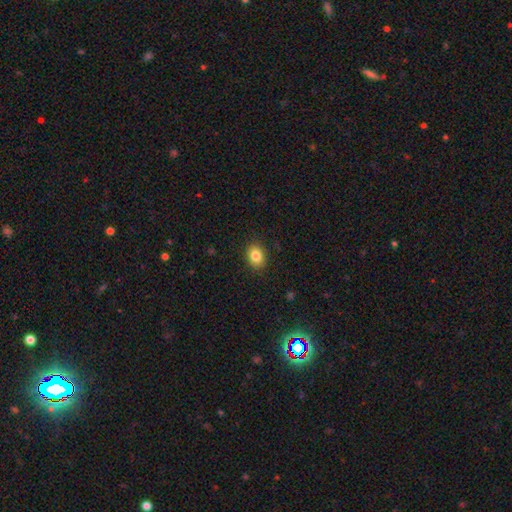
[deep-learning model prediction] Overall: smooth (84%). How rounded: in between (58%; round 41%). Merging: none (88%).